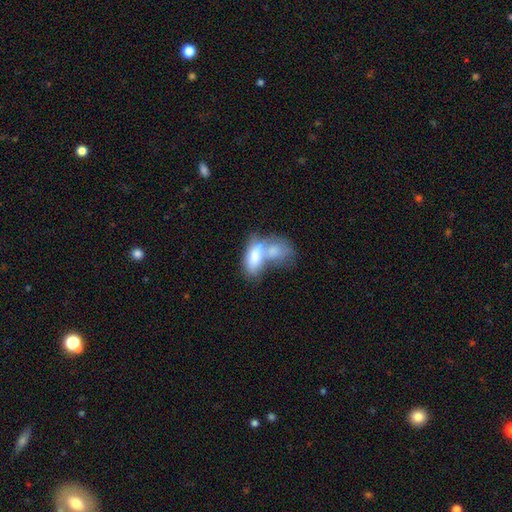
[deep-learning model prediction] Smooth or featured: smooth — 70% (featured or disk — 24%)
How rounded: in between — 87% (cigar-shaped — 8%)
Merging: merger — 72% (none — 13%)